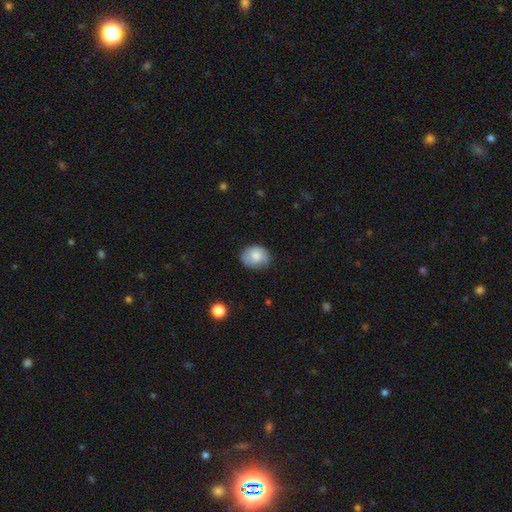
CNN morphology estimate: This appears to be a smooth galaxy with no disk features (66%) that is round (50%). Merging: none (71%).